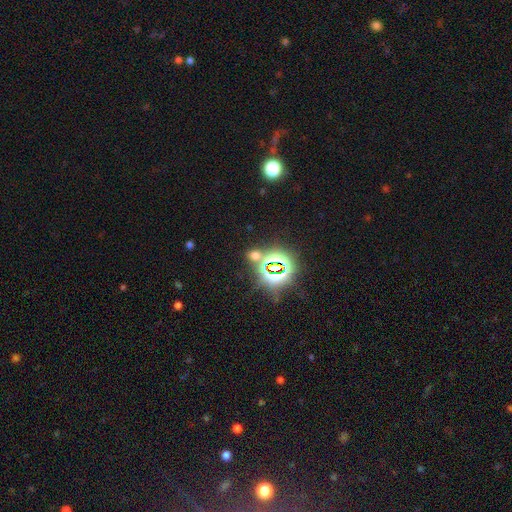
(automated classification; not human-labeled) Smooth or featured? Predicted: star or artifact (p=0.55).